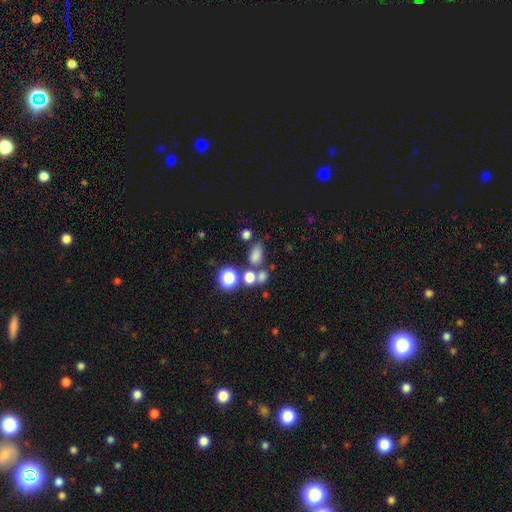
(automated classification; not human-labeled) Q: Smooth or featured?
A: smooth (72%); runner-up: star or artifact (19%)
Q: How rounded?
A: in between (69%); runner-up: round (28%)
Q: Merging?
A: none (53%); runner-up: merger (28%)